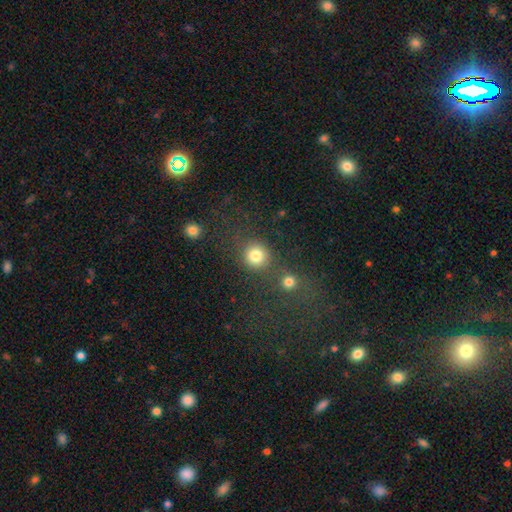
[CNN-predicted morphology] This is clearly a smooth galaxy (82%). How rounded: clearly round (88%). Merging: likely none (67%).